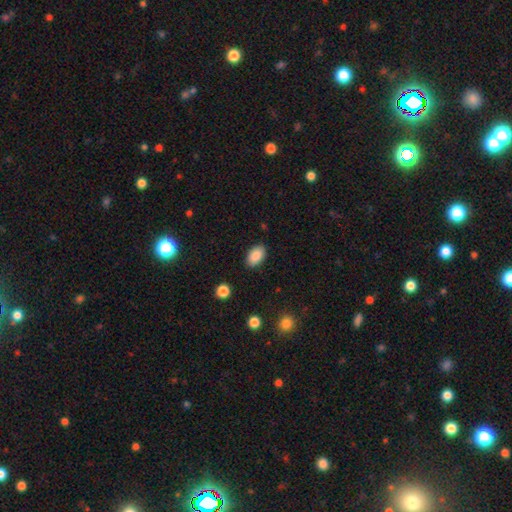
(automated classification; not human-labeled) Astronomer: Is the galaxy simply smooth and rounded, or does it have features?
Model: smooth — 89%.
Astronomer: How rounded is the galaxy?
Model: in between — 92%.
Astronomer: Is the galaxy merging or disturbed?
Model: none — 87%.